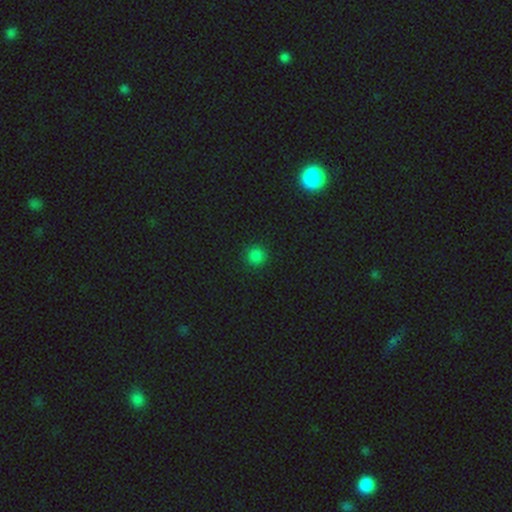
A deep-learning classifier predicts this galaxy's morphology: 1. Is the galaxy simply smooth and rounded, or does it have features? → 81% smooth, 16% star or artifact, 3% featured or disk.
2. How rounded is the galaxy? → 94% round, 5% in between, 1% cigar-shaped.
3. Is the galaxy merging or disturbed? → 91% none, 6% minor disturbance, 2% major disturbance, 1% merger.